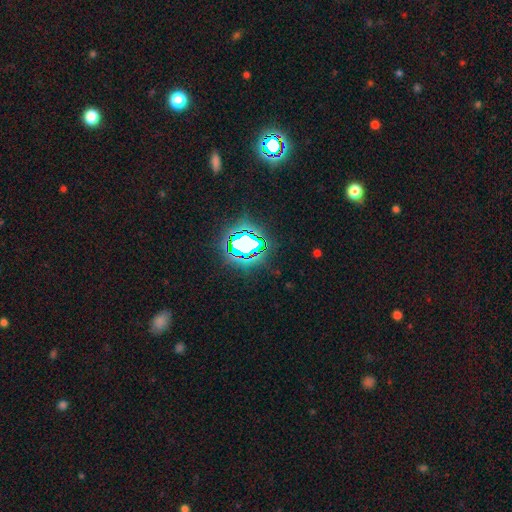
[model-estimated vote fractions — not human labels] Smooth or featured: star or artifact — 74% (smooth — 16%)